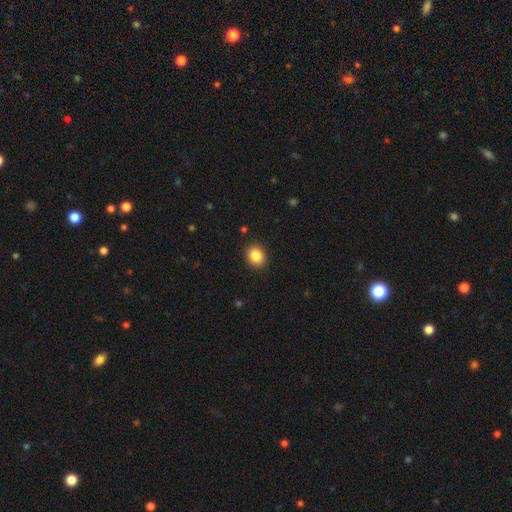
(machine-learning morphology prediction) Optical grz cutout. It shows a smooth galaxy with no disk features (86%) that is round (65%). Merging: none (90%).